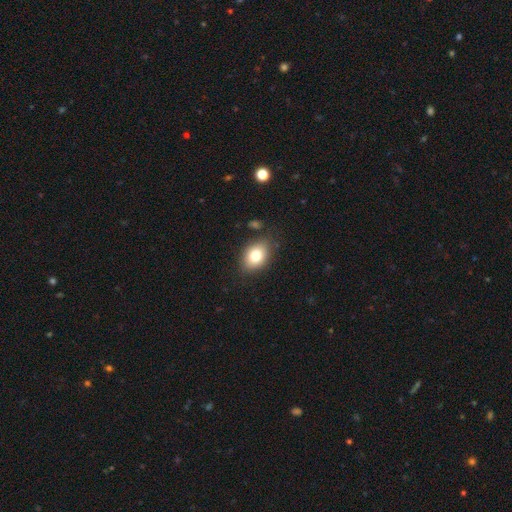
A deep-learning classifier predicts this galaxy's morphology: Smooth or featured? smooth (79%)
How rounded? in between (73%)
Merging? none (81%)